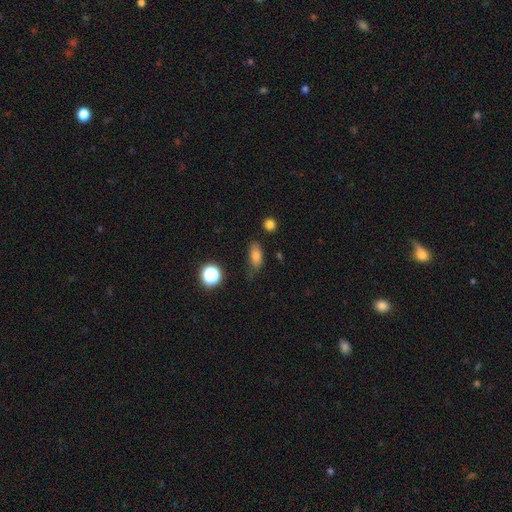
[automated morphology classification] Overall: smooth (78%). How rounded: in between (78%). Merging: none (70%).